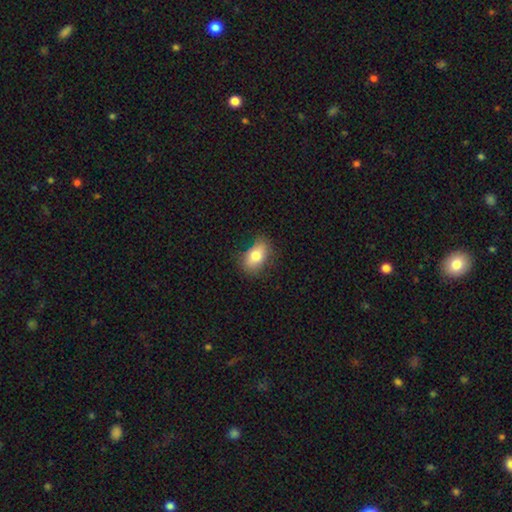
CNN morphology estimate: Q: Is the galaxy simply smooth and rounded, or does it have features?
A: smooth — 79%.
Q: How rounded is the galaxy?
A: in between — 88%.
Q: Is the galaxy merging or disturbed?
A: none — 72%.